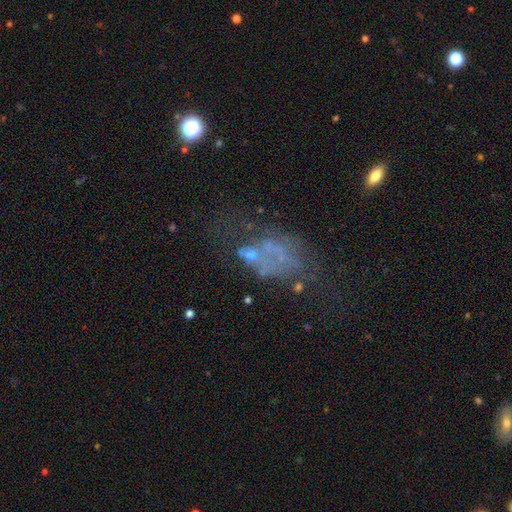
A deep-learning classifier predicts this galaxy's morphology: This is possibly a featured or disk galaxy (51%). It is clearly not viewed edge-on (97%). Merging: marginally major disturbance (34%).